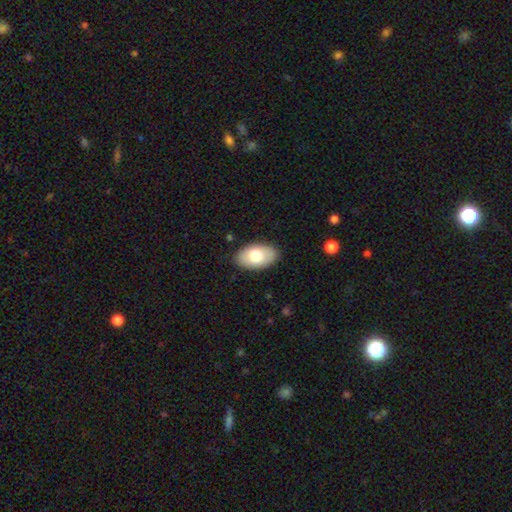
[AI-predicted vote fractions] A smooth galaxy with no disk features (74%) that is in between round and cigar-shaped (94%). Merging: none (87%).